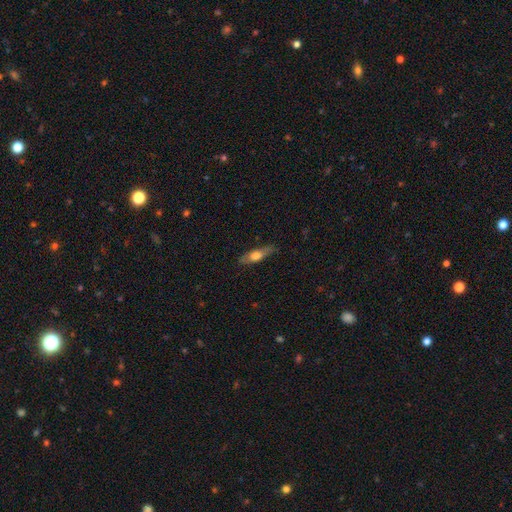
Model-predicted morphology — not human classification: Q: Smooth or featured?
A: smooth (56%); runner-up: featured or disk (38%)
Q: How rounded?
A: cigar-shaped (54%); runner-up: in between (43%)
Q: Merging?
A: none (79%); runner-up: minor disturbance (16%)